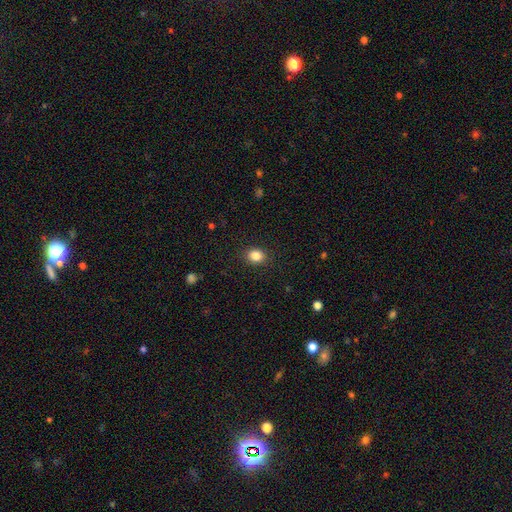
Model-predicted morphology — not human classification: smooth_or_featured: smooth (p=0.85) [alt: star or artifact p=0.10]
how_rounded: round (p=0.55) [alt: in between p=0.44]
merging: none (p=0.89) [alt: minor disturbance p=0.08]